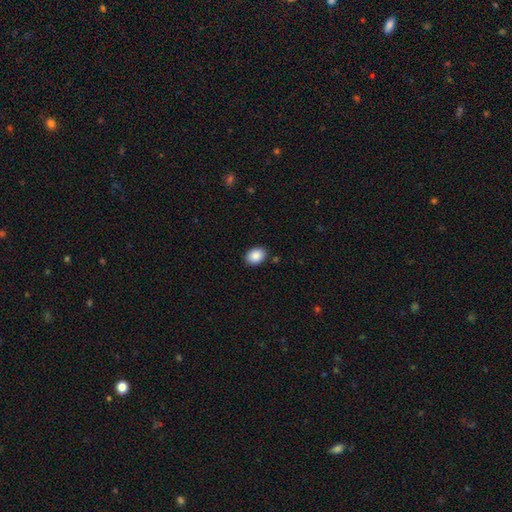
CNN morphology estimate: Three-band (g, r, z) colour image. It shows a smooth galaxy with no disk features (89%) that is in between round and cigar-shaped (69%). Merging: none (88%).